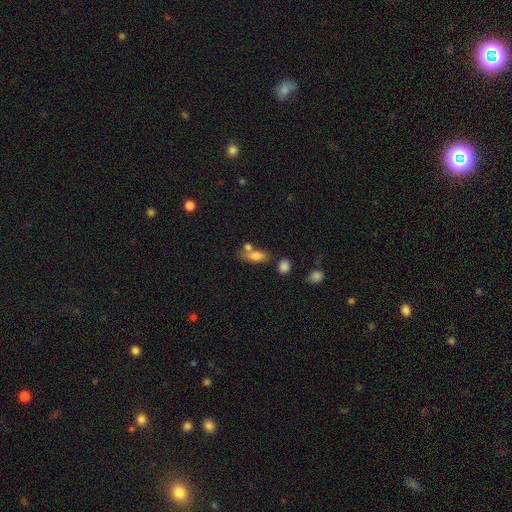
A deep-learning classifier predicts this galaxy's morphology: Q: Smooth or featured?
A: smooth (75%); runner-up: featured or disk (16%)
Q: How rounded?
A: in between (77%); runner-up: cigar-shaped (16%)
Q: Merging?
A: none (49%); runner-up: merger (28%)